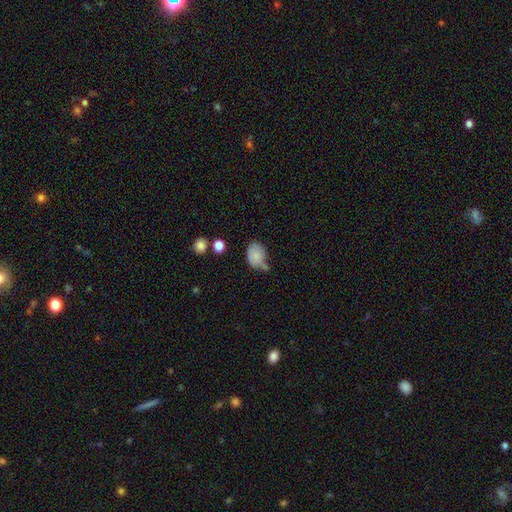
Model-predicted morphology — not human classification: Q: Smooth or featured?
A: smooth (81%); runner-up: featured or disk (10%)
Q: How rounded?
A: in between (73%); runner-up: round (25%)
Q: Merging?
A: none (45%); runner-up: minor disturbance (31%)